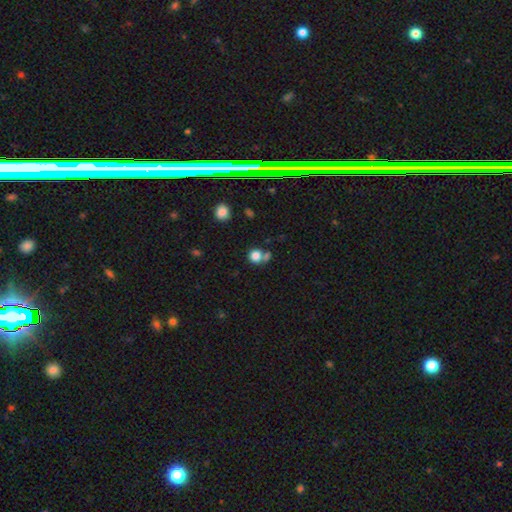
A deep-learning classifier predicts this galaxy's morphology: The model was most divided on "merging": none: 53%, merger: 32%, minor disturbance: 10%, major disturbance: 5%. More confident: how rounded — round (85%); smooth or featured — smooth (81%).